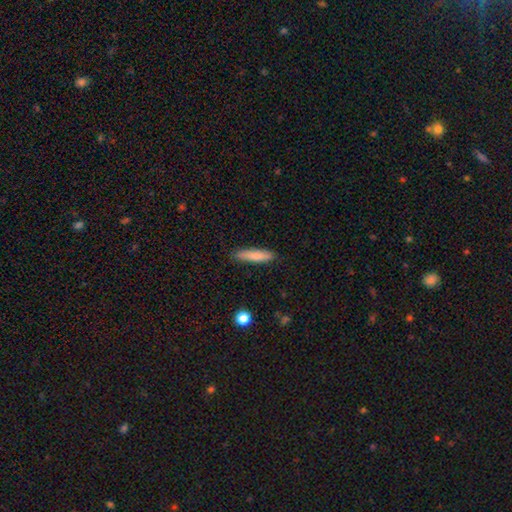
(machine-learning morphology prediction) type=smooth (77%); roundness=cigar-shaped (82%); merging=none (86%).